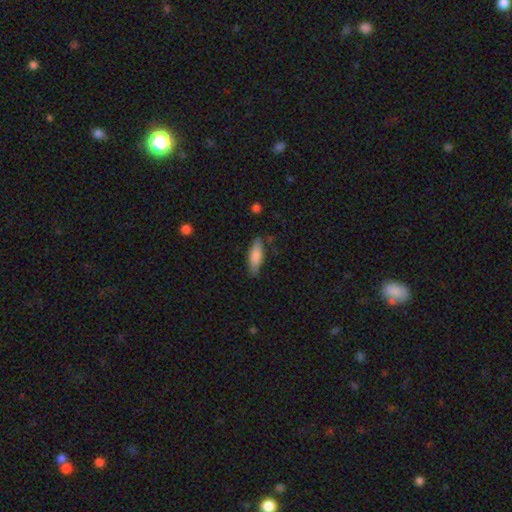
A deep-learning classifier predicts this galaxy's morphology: A smooth galaxy with no disk features (81%) that is in between round and cigar-shaped (60%). Merging: none (78%).